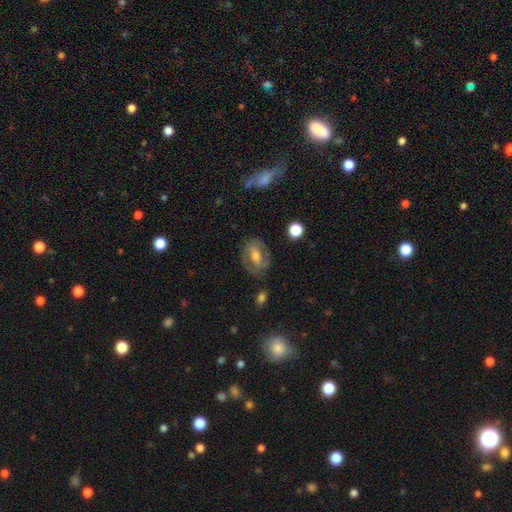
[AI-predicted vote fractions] This appears to be a featured or disk galaxy (58%) with a weak bar (36%, tied with strong), spiral arms (56%) and a moderate central bulge (59%). Merging: none (75%).